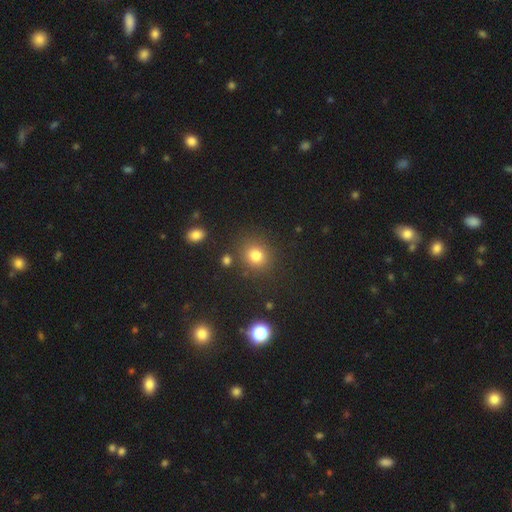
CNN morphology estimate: type=smooth (78%); roundness=round (78%); merging=none (83%).